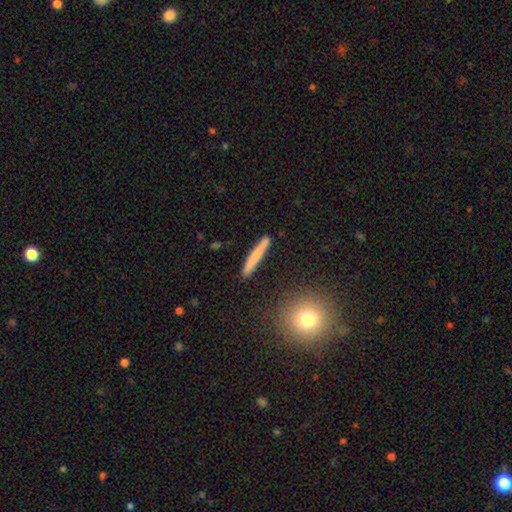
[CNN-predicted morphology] Overall: smooth (63%; featured or disk 30%). How rounded: cigar-shaped (94%). Merging: none (88%).